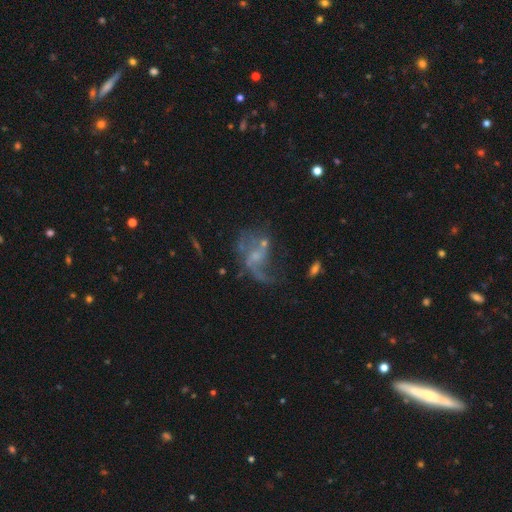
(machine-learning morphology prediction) Smooth or featured? Predicted: featured or disk (p=0.73). Edge-on disk? Predicted: no (p=0.97). Bar? Predicted: no (p=0.64). Spiral arms? Predicted: yes (p=0.70). Bulge size? Predicted: small (p=0.52). Merging? Predicted: major disturbance (p=0.38).